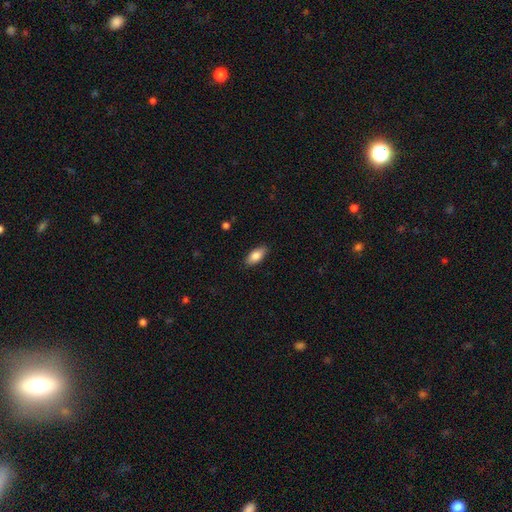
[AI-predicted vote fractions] Q: Smooth or featured?
A: smooth (84%); runner-up: featured or disk (10%)
Q: How rounded?
A: in between (88%); runner-up: cigar-shaped (10%)
Q: Merging?
A: none (87%); runner-up: minor disturbance (10%)